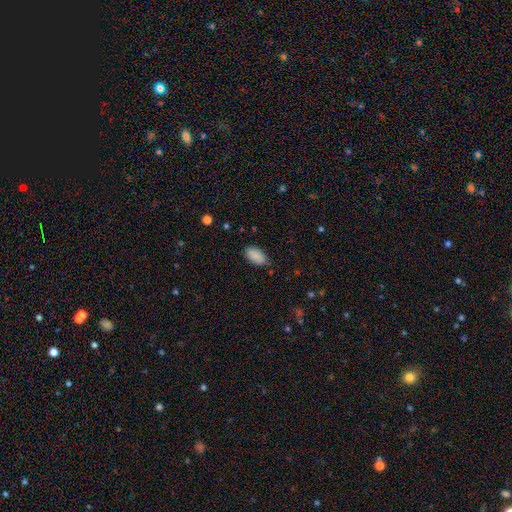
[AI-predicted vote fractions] Q: Smooth or featured?
A: smooth (89%); runner-up: star or artifact (7%)
Q: How rounded?
A: in between (94%); runner-up: round (3%)
Q: Merging?
A: none (78%); runner-up: minor disturbance (18%)